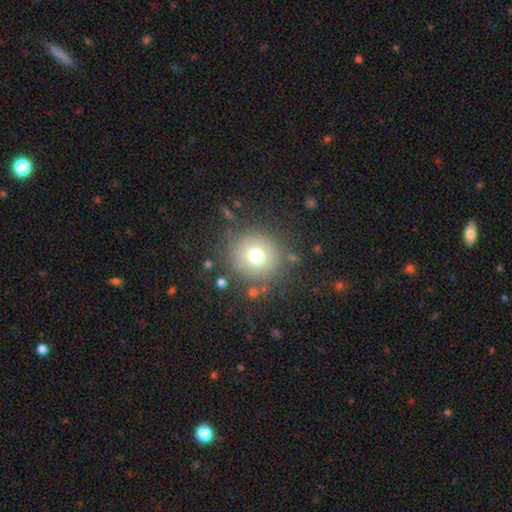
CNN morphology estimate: Overall: smooth (72%). How rounded: round (93%). Merging: none (82%).